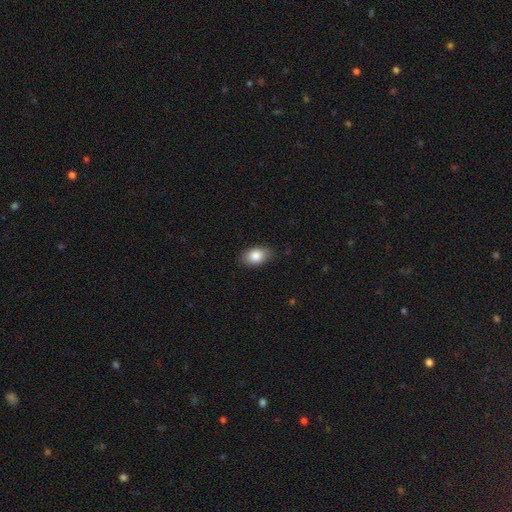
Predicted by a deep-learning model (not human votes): This is clearly a smooth galaxy (84%). How rounded: clearly in between (88%). Merging: clearly none (84%).